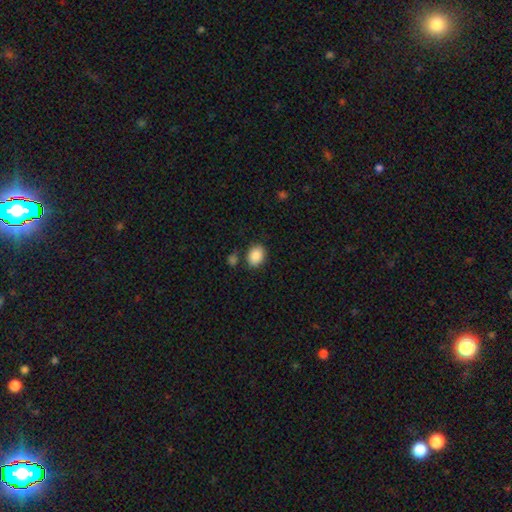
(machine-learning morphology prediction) smooth_or_featured: smooth (p=0.89) [alt: star or artifact p=0.08]
how_rounded: in between (p=0.66) [alt: round p=0.33]
merging: none (p=0.79) [alt: minor disturbance p=0.11]